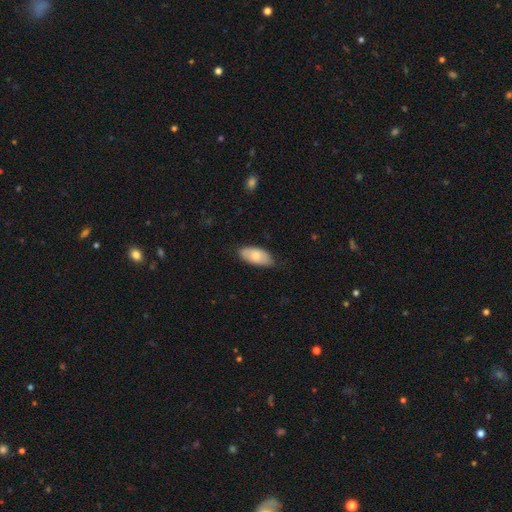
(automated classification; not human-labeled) Morphology: type=smooth (72%); roundness=in between (92%); merging=none (76%).